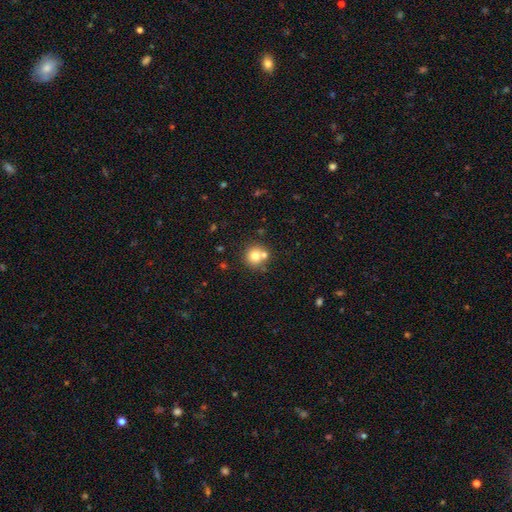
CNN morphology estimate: Q: Smooth or featured?
A: smooth (76%); runner-up: featured or disk (13%)
Q: How rounded?
A: round (91%); runner-up: in between (8%)
Q: Merging?
A: none (61%); runner-up: merger (28%)